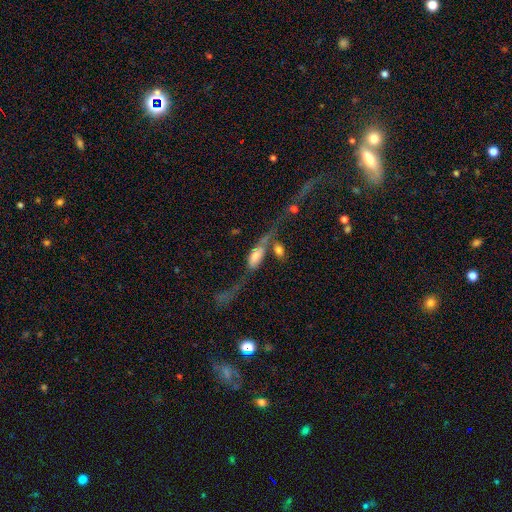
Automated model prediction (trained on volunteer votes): This appears to be a featured or disk galaxy (51%). Merging: merger (31%).